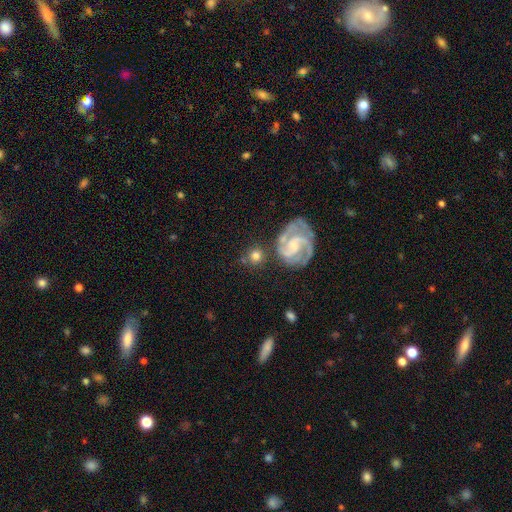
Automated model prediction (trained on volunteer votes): Smooth or featured?
  - smooth: 51% *
  - featured or disk: 41%
  - star or artifact: 9%
How rounded?
  - round: 90% *
  - in between: 9%
  - cigar-shaped: 2%
Merging?
  - none: 73% *
  - minor disturbance: 12%
  - merger: 9%
  - major disturbance: 5%